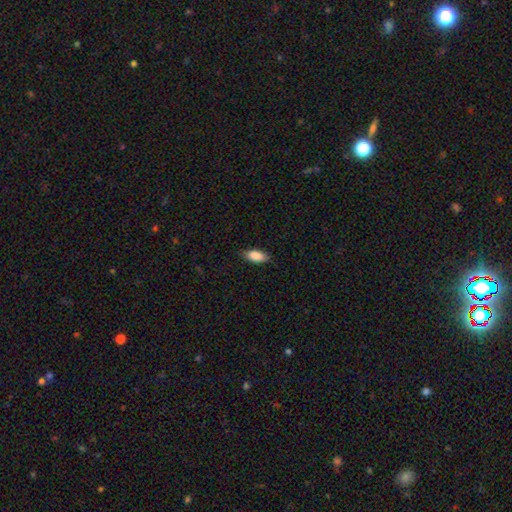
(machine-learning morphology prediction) The model was most divided on "merging": none: 81%, minor disturbance: 15%, major disturbance: 3%, merger: 1%. More confident: smooth or featured — smooth (87%); how rounded — in between (87%).